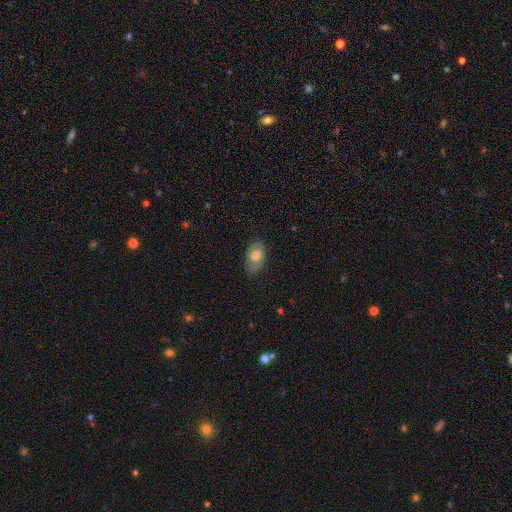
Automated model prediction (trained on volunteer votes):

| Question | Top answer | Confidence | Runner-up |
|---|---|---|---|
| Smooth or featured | smooth | 64% | featured or disk (29%) |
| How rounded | in between | 89% | round (9%) |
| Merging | none | 78% | minor disturbance (16%) |